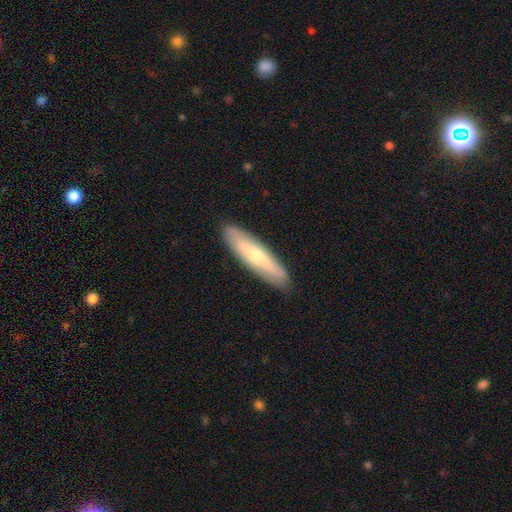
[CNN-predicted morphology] Smooth or featured?
  - featured or disk: 46% *
  - smooth: 45%
  - star or artifact: 8%
Merging?
  - none: 89% *
  - minor disturbance: 8%
  - major disturbance: 2%
  - merger: 1%